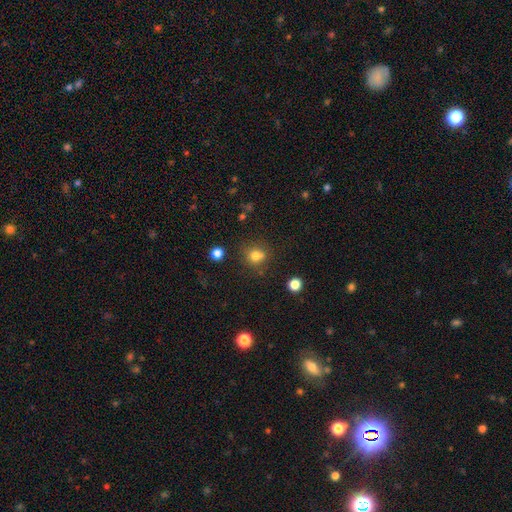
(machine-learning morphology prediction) Smooth or featured? Predicted: smooth (p=0.78). How rounded? Predicted: round (p=0.80). Merging? Predicted: none (p=0.70).